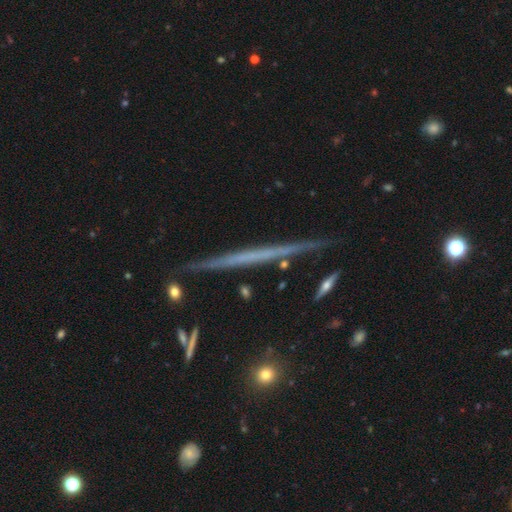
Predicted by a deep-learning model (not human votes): Overall: featured or disk (66%; smooth 27%). Edge-on disk: yes (97%). Edge-on bulge: none (91%). Merging: none (89%).